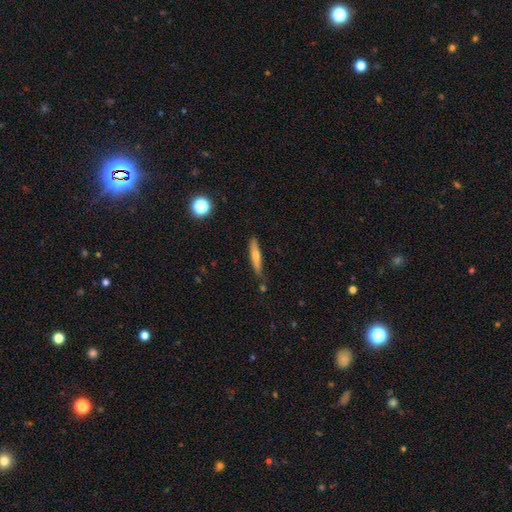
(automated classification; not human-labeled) smooth_or_featured: smooth (p=0.47) [alt: featured or disk p=0.45]
merging: none (p=0.80) [alt: minor disturbance p=0.14]